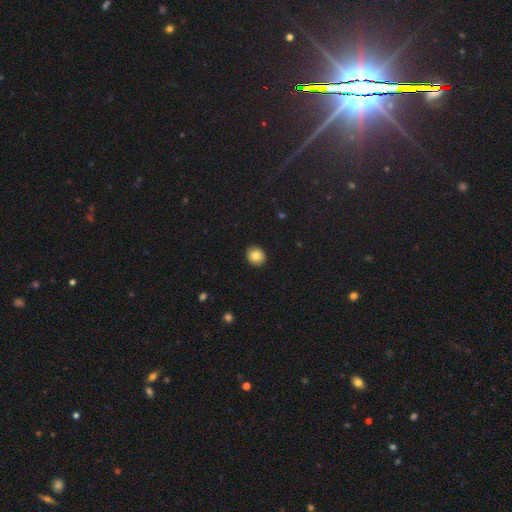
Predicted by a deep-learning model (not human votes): The model was most divided on "how rounded": round: 73%, in between: 26%, cigar-shaped: 1%. More confident: merging — none (92%); smooth or featured — smooth (83%).